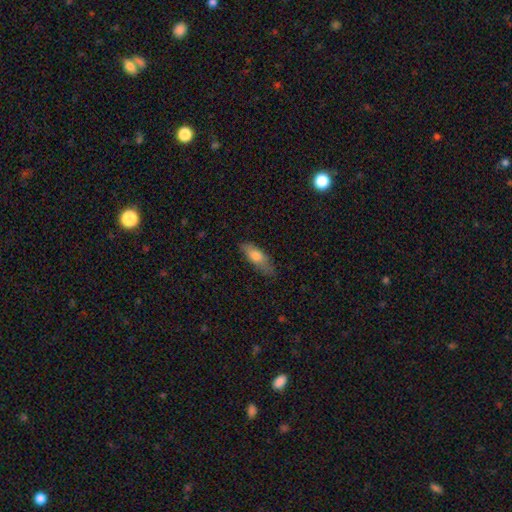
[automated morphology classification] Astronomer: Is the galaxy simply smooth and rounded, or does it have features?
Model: smooth — 73%.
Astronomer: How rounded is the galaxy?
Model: in between — 61% (runner-up: cigar-shaped, 37%).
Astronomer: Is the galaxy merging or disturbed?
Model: none — 73%.